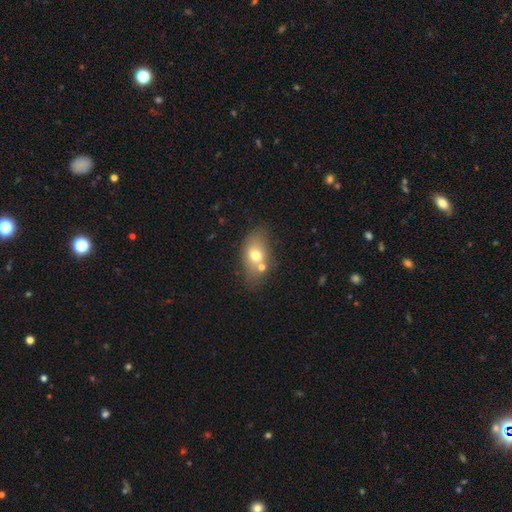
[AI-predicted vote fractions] A smooth galaxy with no disk features (68%) that is in between round and cigar-shaped (79%).

Vote fractions:
- Smooth or featured? smooth: 68% / featured or disk: 22% / star or artifact: 10%
- How rounded? in between: 79% / round: 19% / cigar-shaped: 2%
- Merging? none: 56% / merger: 23% / minor disturbance: 15% / major disturbance: 5%